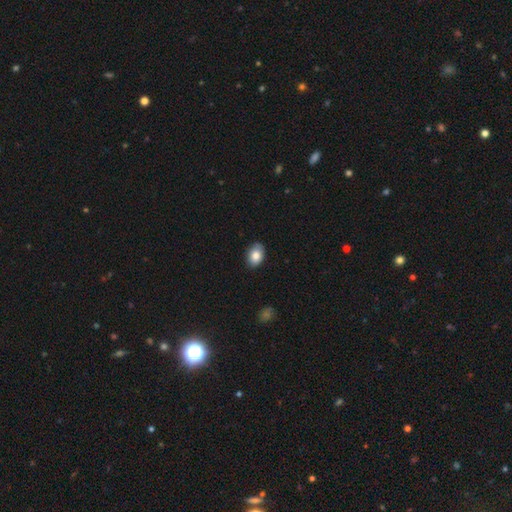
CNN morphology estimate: smooth-or-featured: smooth: 83% | featured or disk: 10% | star or artifact: 7%
  how-rounded: in between: 82% | round: 17% | cigar-shaped: 1%
  merging: none: 84% | minor disturbance: 13% | major disturbance: 2% | merger: 1%